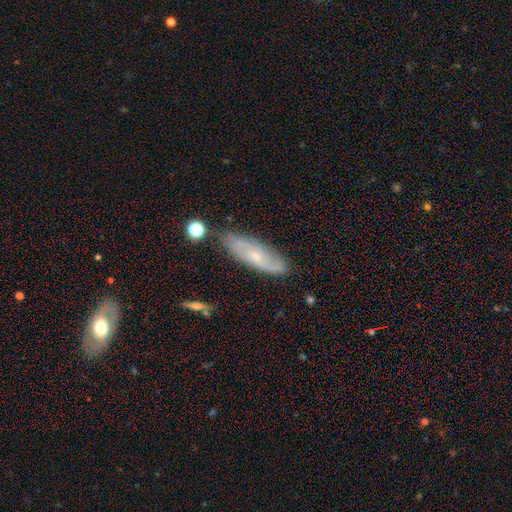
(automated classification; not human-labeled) Morphology: type=featured or disk (60%); edge-on=no (81%); merging=none (72%).